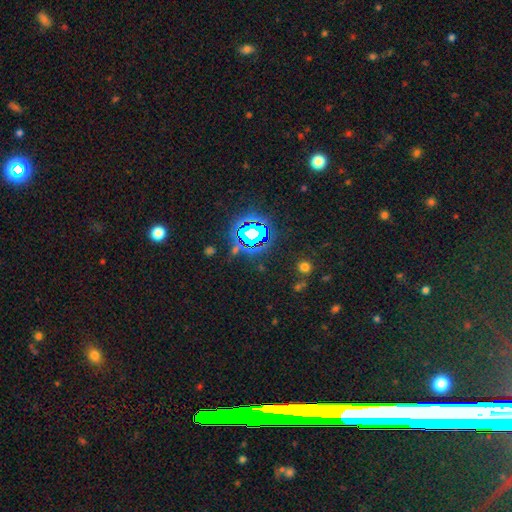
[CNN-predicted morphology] The model was most divided on "smooth or featured": star or artifact: 77%, smooth: 13%, featured or disk: 10%.